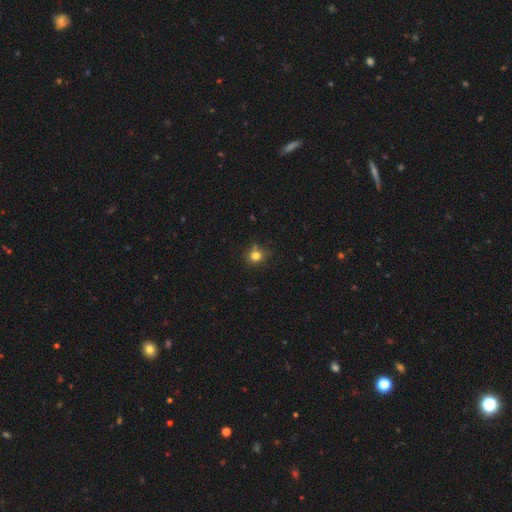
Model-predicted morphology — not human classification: smooth-or-featured: smooth: 79% | star or artifact: 14% | featured or disk: 7%
  how-rounded: round: 83% | in between: 16% | cigar-shaped: 1%
  merging: none: 75% | minor disturbance: 15% | merger: 7% | major disturbance: 4%